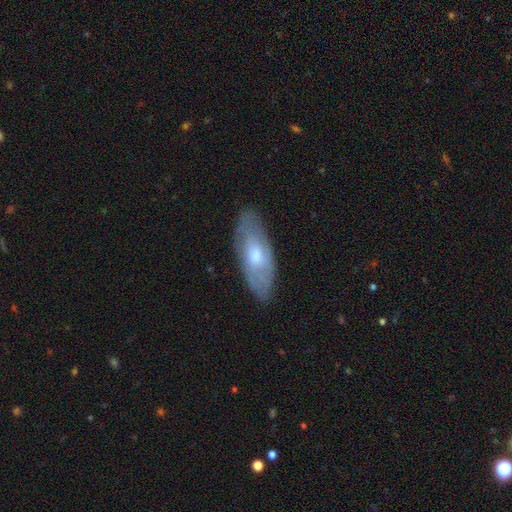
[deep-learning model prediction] Smooth or featured? featured or disk (47%)
Merging? none (80%)